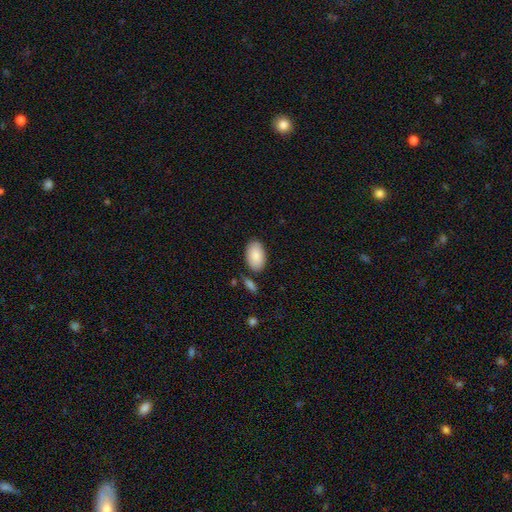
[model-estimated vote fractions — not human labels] smooth 87%, featured or disk 7%, star or artifact 6%. Down the decision tree: how rounded — in between (94%); merging — none (80%).